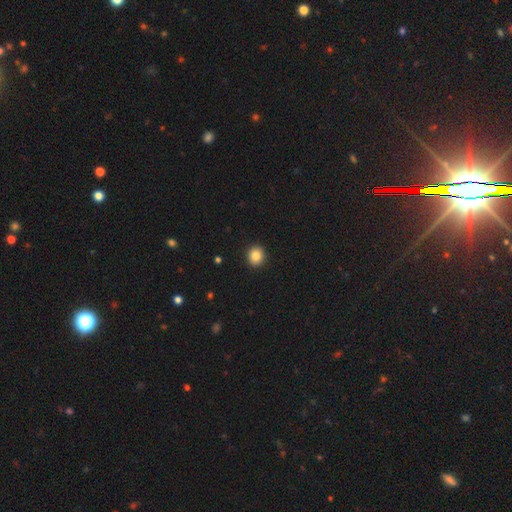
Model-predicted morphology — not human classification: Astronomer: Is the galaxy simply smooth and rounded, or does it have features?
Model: smooth — 86%.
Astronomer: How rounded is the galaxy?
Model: round — 75%.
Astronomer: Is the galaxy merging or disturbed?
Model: none — 92%.